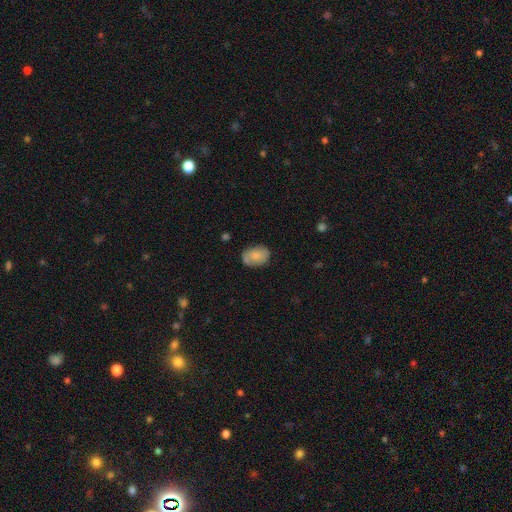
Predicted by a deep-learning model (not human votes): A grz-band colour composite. It shows a smooth galaxy with no disk features (73%) that is in between round and cigar-shaped (75%). Merging: none (70%).